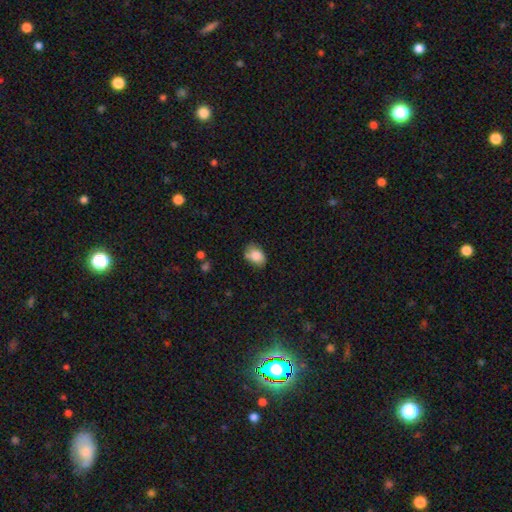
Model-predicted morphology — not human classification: Smooth or featured: smooth — 84% (featured or disk — 8%)
How rounded: in between — 76% (round — 23%)
Merging: none — 64% (minor disturbance — 26%)